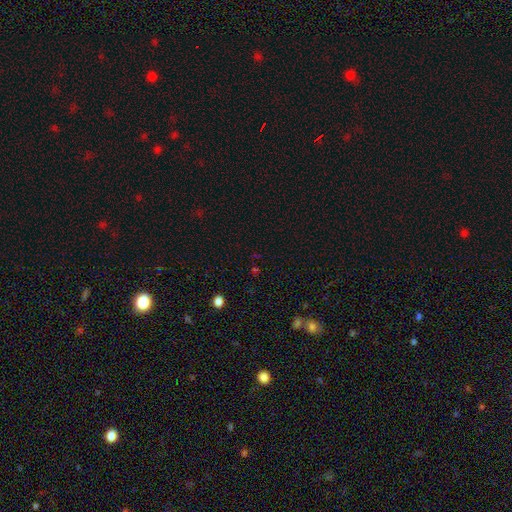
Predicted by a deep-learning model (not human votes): Smooth or featured: star or artifact — 62% (smooth — 31%)